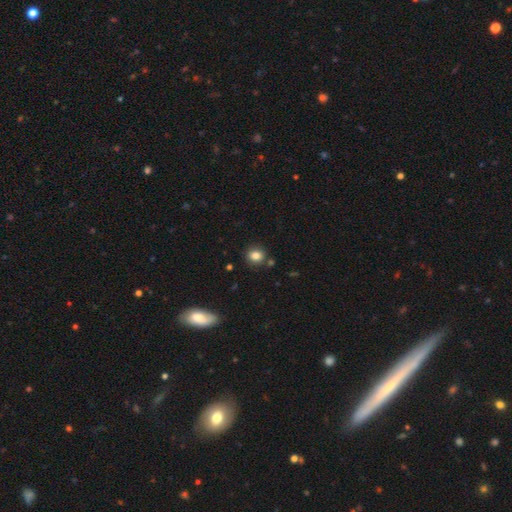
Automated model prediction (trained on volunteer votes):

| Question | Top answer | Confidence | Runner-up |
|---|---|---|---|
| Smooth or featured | smooth | 83% | star or artifact (11%) |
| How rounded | round | 76% | in between (23%) |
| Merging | none | 83% | minor disturbance (9%) |